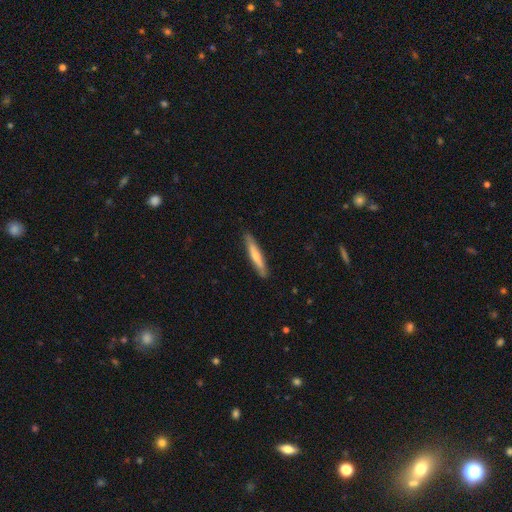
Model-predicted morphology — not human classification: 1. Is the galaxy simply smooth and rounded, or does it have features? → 48% smooth, 45% featured or disk, 7% star or artifact.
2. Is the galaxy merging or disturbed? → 89% none, 8% minor disturbance, 1% major disturbance, 1% merger.